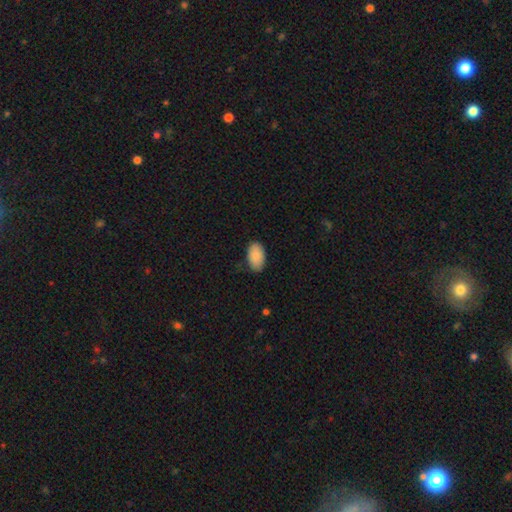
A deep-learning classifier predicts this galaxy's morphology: Smooth or featured: smooth — 88% (star or artifact — 6%)
How rounded: in between — 94% (round — 4%)
Merging: none — 79% (minor disturbance — 17%)